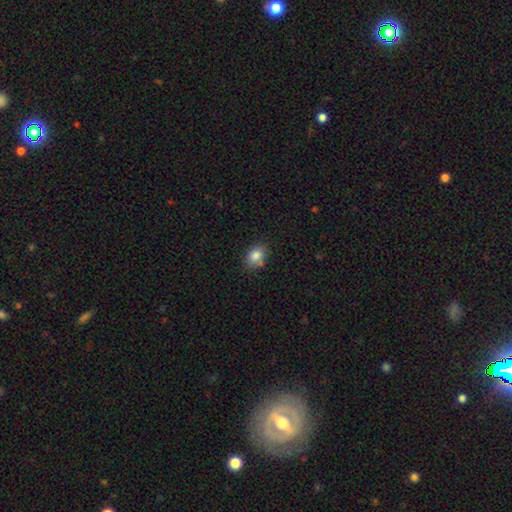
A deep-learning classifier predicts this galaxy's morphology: Smooth or featured: smooth — 84% (star or artifact — 9%)
How rounded: in between — 68% (round — 31%)
Merging: none — 71% (minor disturbance — 18%)